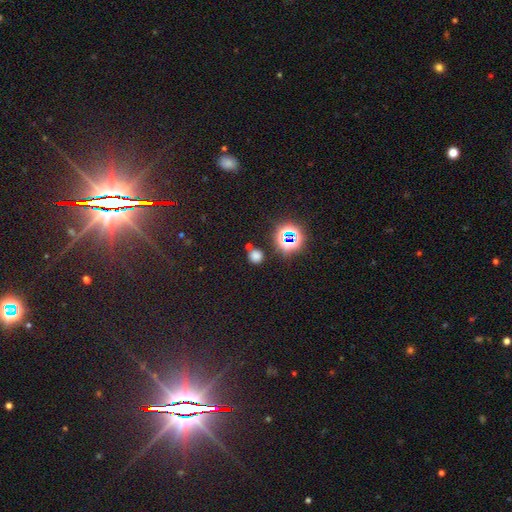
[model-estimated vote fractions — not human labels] Smooth or featured?
  - smooth: 65% *
  - star or artifact: 29%
  - featured or disk: 6%
How rounded?
  - round: 88% *
  - in between: 11%
  - cigar-shaped: 1%
Merging?
  - none: 79% *
  - minor disturbance: 9%
  - merger: 8%
  - major disturbance: 4%